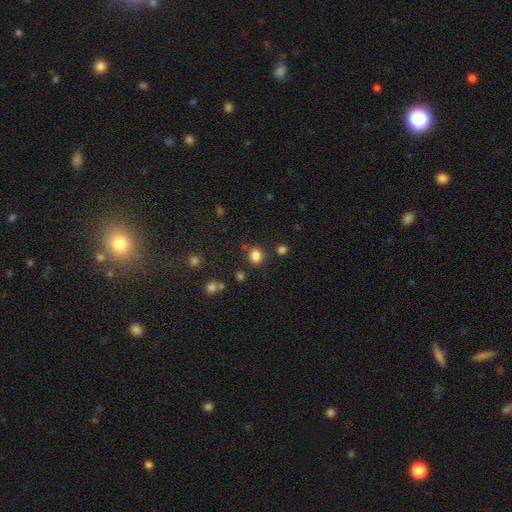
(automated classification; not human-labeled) smooth_or_featured: smooth (p=0.83) [alt: star or artifact p=0.13]
how_rounded: round (p=0.69) [alt: in between p=0.30]
merging: none (p=0.80) [alt: minor disturbance p=0.11]